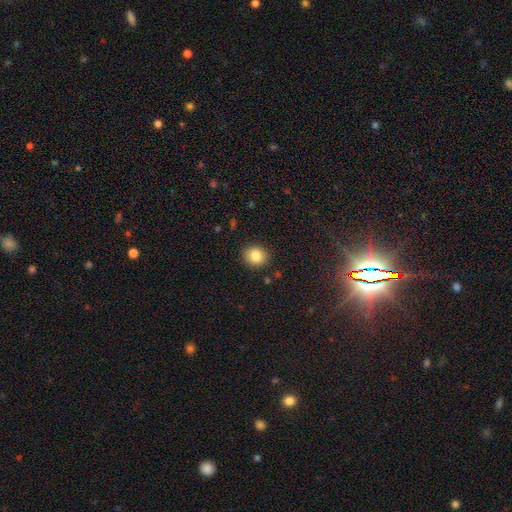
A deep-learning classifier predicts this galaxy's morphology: Smooth or featured: smooth — 83% (star or artifact — 10%)
How rounded: round — 80% (in between — 19%)
Merging: none — 89% (minor disturbance — 8%)